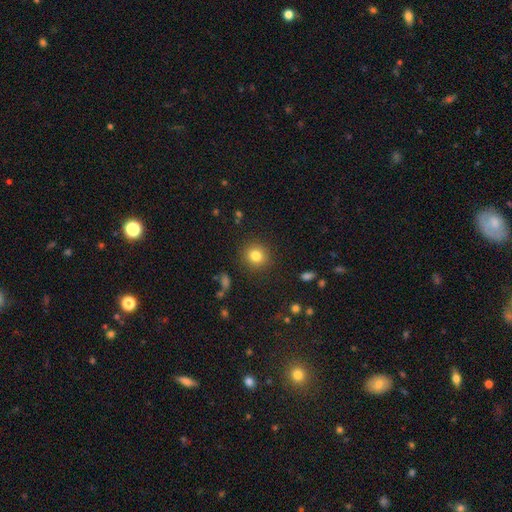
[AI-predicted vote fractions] smooth-or-featured: smooth: 81% | star or artifact: 12% | featured or disk: 7%
  how-rounded: round: 89% | in between: 10% | cigar-shaped: 1%
  merging: none: 89% | minor disturbance: 7% | major disturbance: 3% | merger: 1%